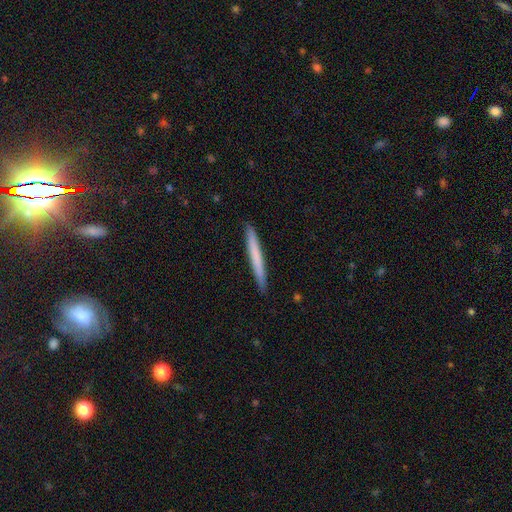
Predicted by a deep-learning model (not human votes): Morphology: type=smooth (67%); roundness=cigar-shaped (97%); merging=none (91%).